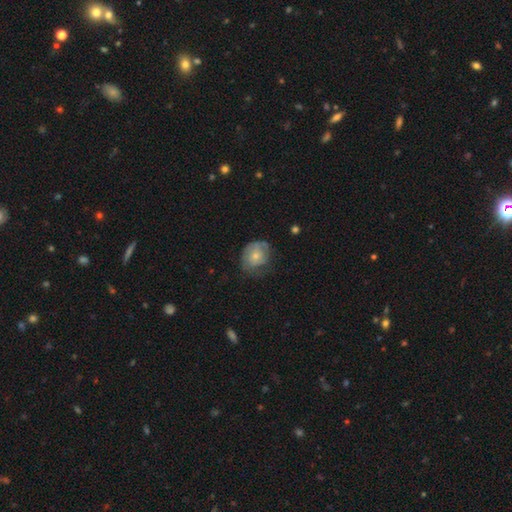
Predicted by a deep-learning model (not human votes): The model was most divided on "smooth or featured": smooth: 52%, featured or disk: 41%, star or artifact: 7%. Remaining: how rounded — round (58%); merging — none (47%).